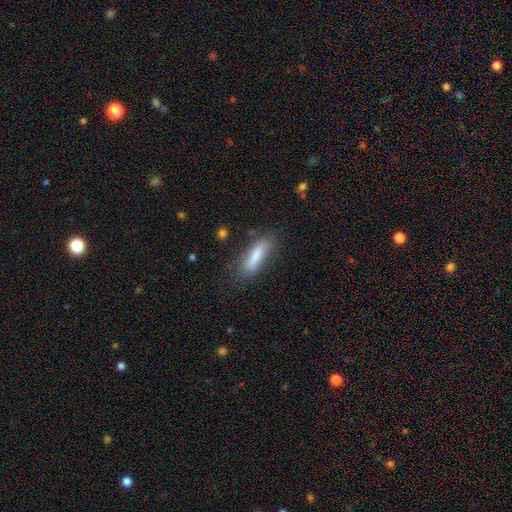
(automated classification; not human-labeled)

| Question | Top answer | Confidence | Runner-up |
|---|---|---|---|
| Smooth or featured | smooth | 66% | featured or disk (21%) |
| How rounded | cigar-shaped | 67% | in between (30%) |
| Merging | none | 79% | minor disturbance (15%) |